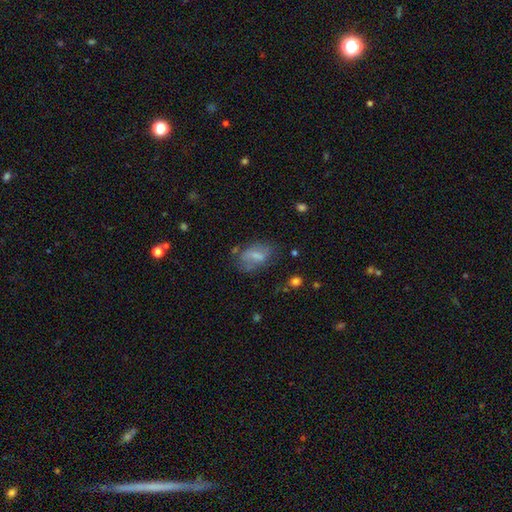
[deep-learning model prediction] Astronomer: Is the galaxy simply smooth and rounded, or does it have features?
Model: smooth — 56% (runner-up: featured or disk, 34%).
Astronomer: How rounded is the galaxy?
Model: in between — 84%.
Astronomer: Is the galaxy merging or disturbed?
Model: none — 51%.